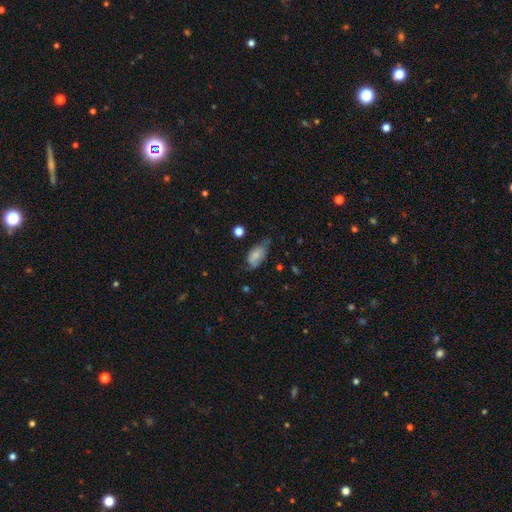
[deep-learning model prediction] Q: Smooth or featured?
A: smooth (71%); runner-up: featured or disk (21%)
Q: How rounded?
A: in between (91%); runner-up: round (5%)
Q: Merging?
A: none (42%); runner-up: minor disturbance (41%)